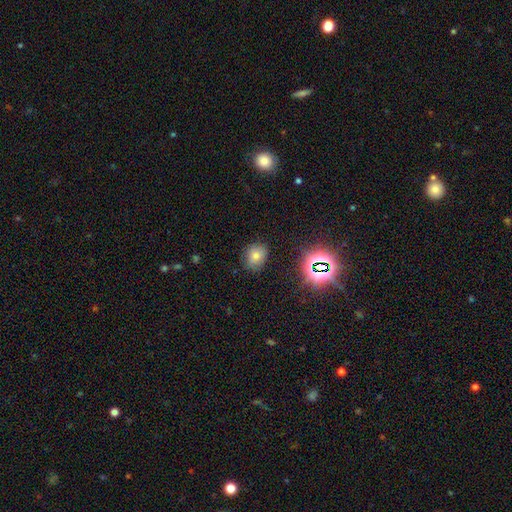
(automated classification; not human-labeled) Smooth or featured: smooth — 61% (star or artifact — 28%)
How rounded: round — 55% (in between — 44%)
Merging: none — 82% (minor disturbance — 13%)